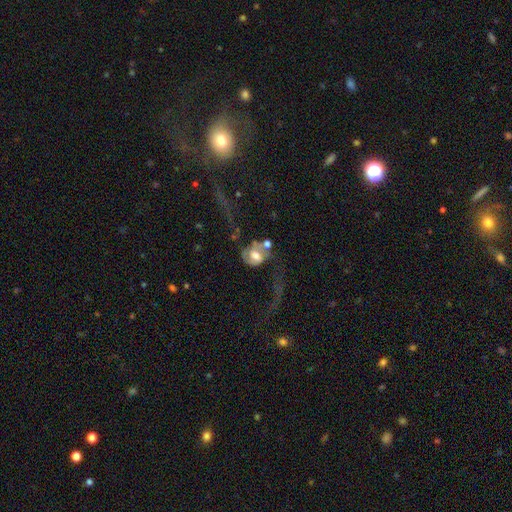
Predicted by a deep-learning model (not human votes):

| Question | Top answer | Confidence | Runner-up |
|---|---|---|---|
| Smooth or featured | featured or disk | 60% | smooth (32%) |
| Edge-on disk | no | 96% | yes (4%) |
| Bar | no | 58% | weak (32%) |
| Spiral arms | yes | 69% | no (31%) |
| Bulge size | moderate | 56% | large (27%) |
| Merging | major disturbance | 44% | none (23%) |